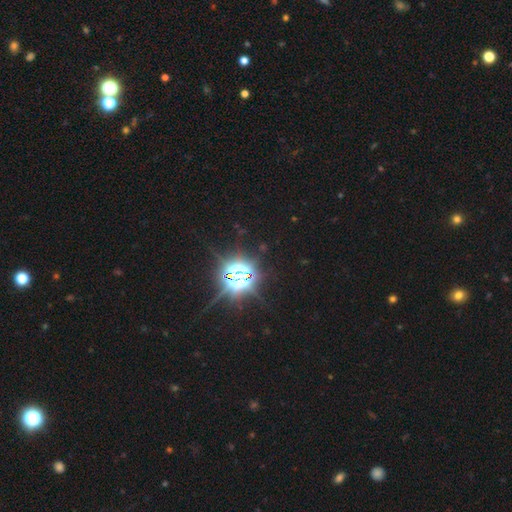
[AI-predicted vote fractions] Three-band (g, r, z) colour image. It shows a star or artifact, not a galaxy (85%).